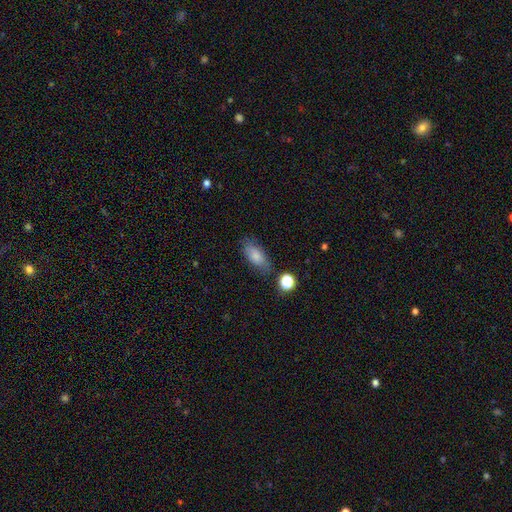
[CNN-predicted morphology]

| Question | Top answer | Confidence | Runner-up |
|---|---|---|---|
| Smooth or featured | smooth | 79% | featured or disk (12%) |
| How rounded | in between | 83% | cigar-shaped (13%) |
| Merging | none | 74% | minor disturbance (17%) |